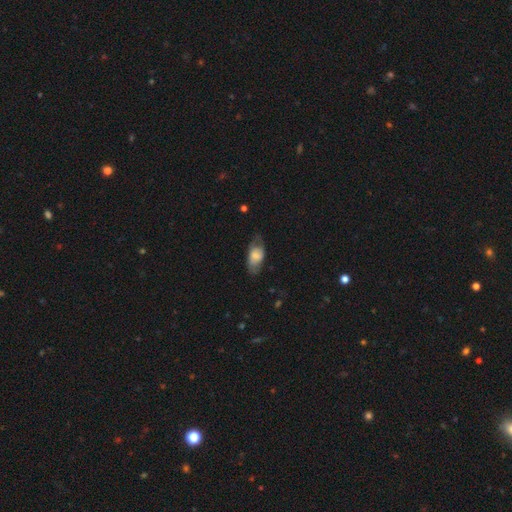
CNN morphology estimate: Smooth or featured? smooth (63%)
How rounded? in between (88%)
Merging? none (61%)